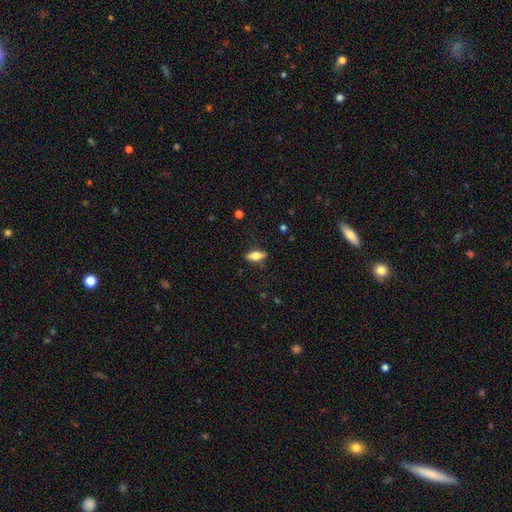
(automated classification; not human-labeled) smooth 60%, featured or disk 33%, star or artifact 7%. Down the decision tree: how rounded — in between (72%); merging — none (85%).